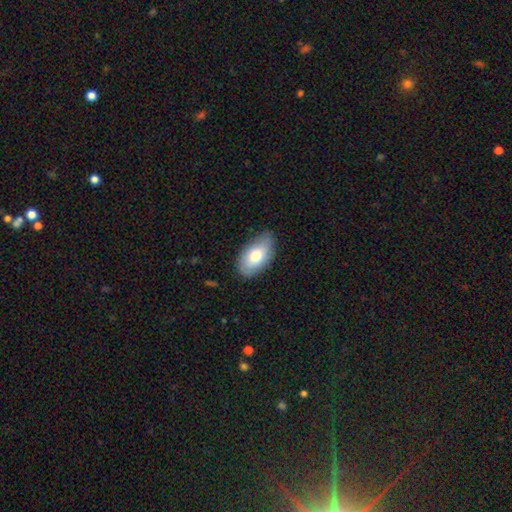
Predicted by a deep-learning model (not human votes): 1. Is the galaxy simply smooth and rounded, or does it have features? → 74% smooth, 20% featured or disk, 6% star or artifact.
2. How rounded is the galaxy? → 94% in between, 4% round, 2% cigar-shaped.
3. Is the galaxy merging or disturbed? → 77% none, 19% minor disturbance, 3% major disturbance, 1% merger.